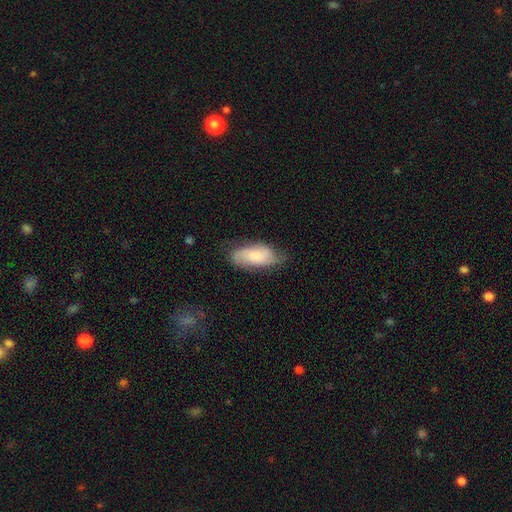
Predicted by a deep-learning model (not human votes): Smooth or featured? smooth (59%)
How rounded? in between (87%)
Merging? none (62%)